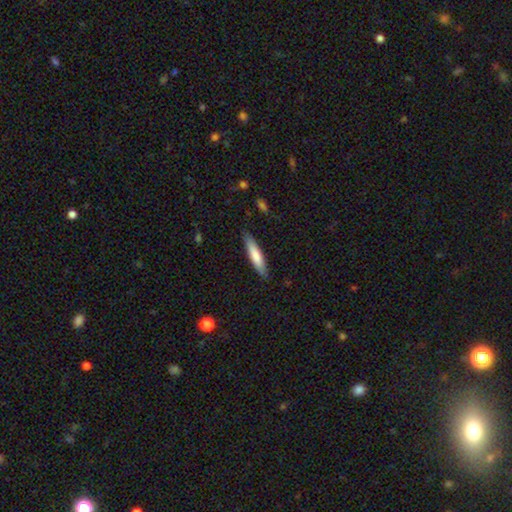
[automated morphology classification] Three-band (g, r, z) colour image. It shows a smooth galaxy with no disk features (76%) that is cigar-shaped (83%). Merging: none (86%).